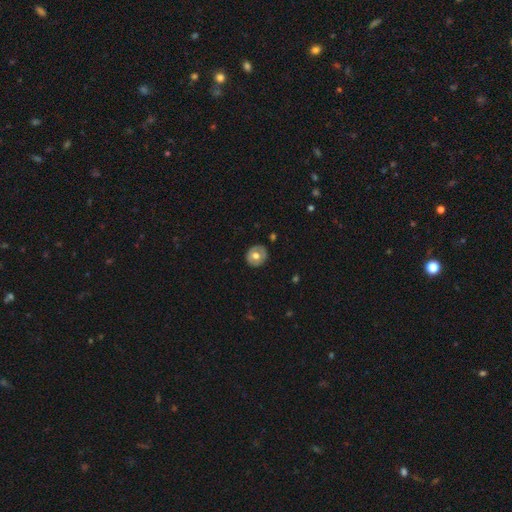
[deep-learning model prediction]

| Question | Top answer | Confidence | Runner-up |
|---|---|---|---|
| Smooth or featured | smooth | 57% | featured or disk (36%) |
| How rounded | round | 81% | in between (18%) |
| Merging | none | 85% | minor disturbance (11%) |